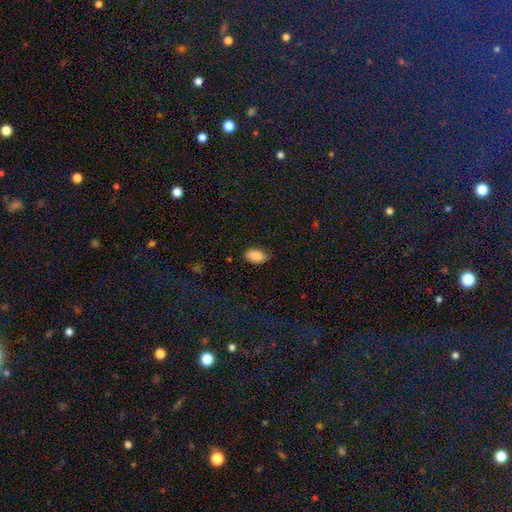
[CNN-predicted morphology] This is clearly a smooth galaxy (89%). How rounded: clearly in between (93%). Merging: likely none (78%).